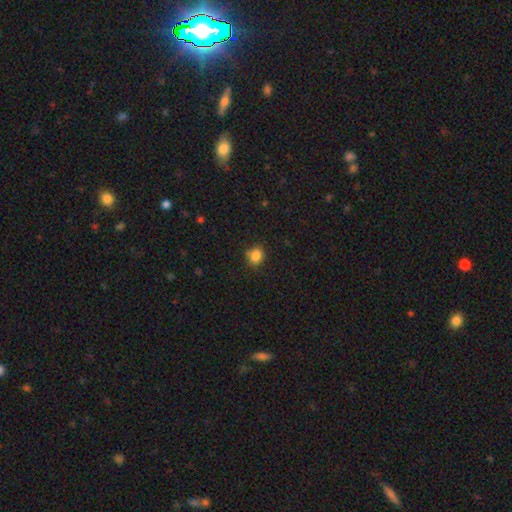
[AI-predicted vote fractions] Q: Smooth or featured?
A: smooth (84%); runner-up: star or artifact (11%)
Q: How rounded?
A: round (74%); runner-up: in between (25%)
Q: Merging?
A: none (76%); runner-up: minor disturbance (17%)